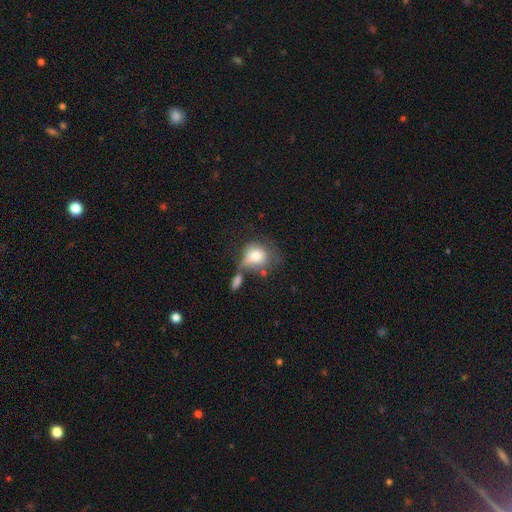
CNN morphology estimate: smooth 77%, featured or disk 15%, star or artifact 8%. Down the decision tree: how rounded — round (64%); merging — none (31%).